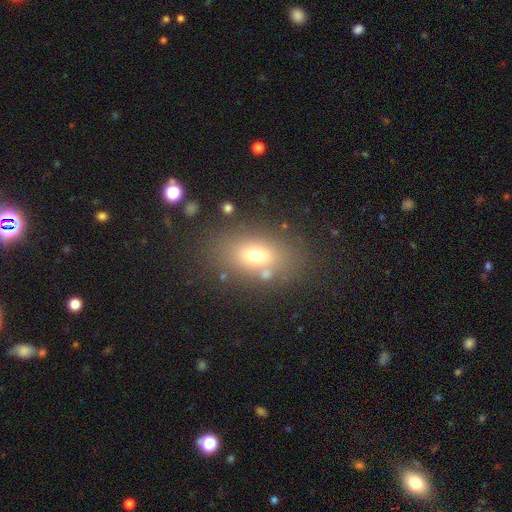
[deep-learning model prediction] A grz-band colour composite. It shows a smooth galaxy with no disk features (68%) that is in between round and cigar-shaped (81%). Merging: none (75%).